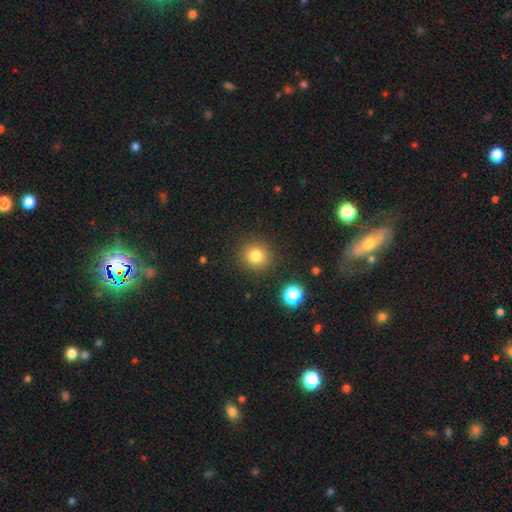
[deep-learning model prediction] This appears to be a smooth galaxy with no disk features (81%) that is round (91%). Merging: none (89%).